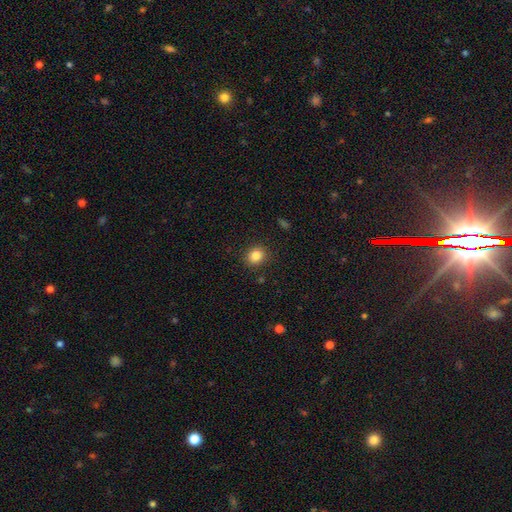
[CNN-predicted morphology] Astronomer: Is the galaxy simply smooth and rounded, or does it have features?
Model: smooth — 84%.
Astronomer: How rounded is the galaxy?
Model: round — 76%.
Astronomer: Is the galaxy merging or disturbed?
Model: none — 89%.